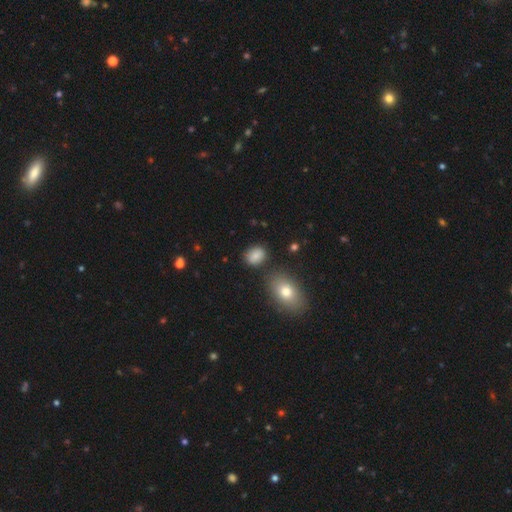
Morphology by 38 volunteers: This is clearly a smooth galaxy (87%). How rounded: likely in between (70%). Merging: likely none (77%).